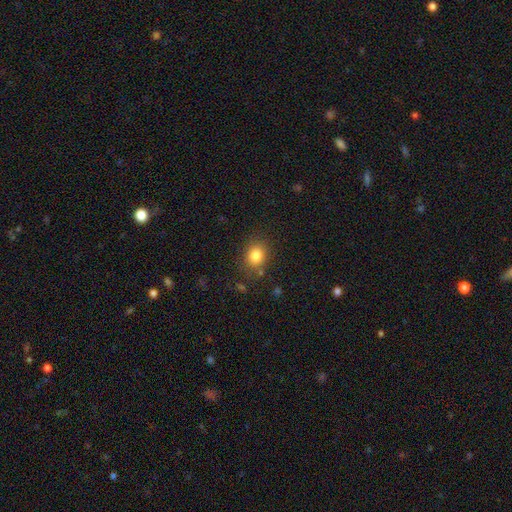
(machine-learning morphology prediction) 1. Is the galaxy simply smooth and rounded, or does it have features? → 83% smooth, 11% star or artifact, 6% featured or disk.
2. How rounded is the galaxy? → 63% round, 36% in between, 1% cigar-shaped.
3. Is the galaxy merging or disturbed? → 82% none, 11% minor disturbance, 4% major disturbance, 3% merger.